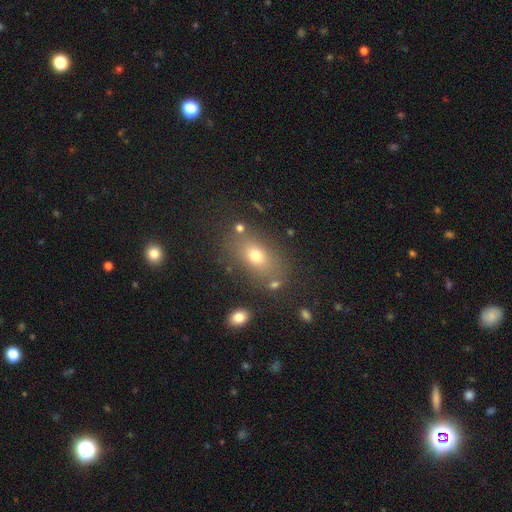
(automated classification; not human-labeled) A smooth galaxy with no disk features (70%) that is in between round and cigar-shaped (76%). Merging: none (75%).